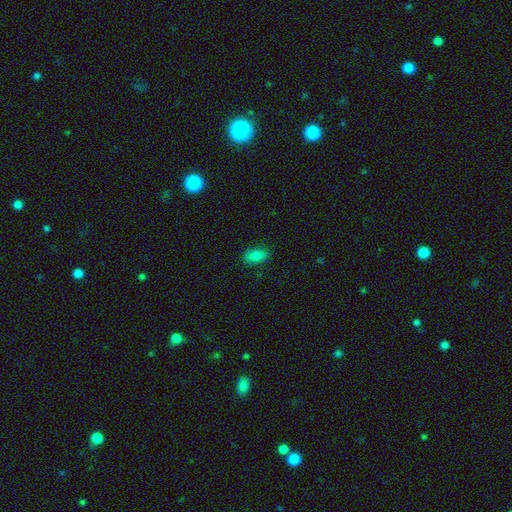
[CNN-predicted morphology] Smooth or featured: smooth — 83% (star or artifact — 10%)
How rounded: in between — 90% (cigar-shaped — 5%)
Merging: none — 86% (minor disturbance — 11%)